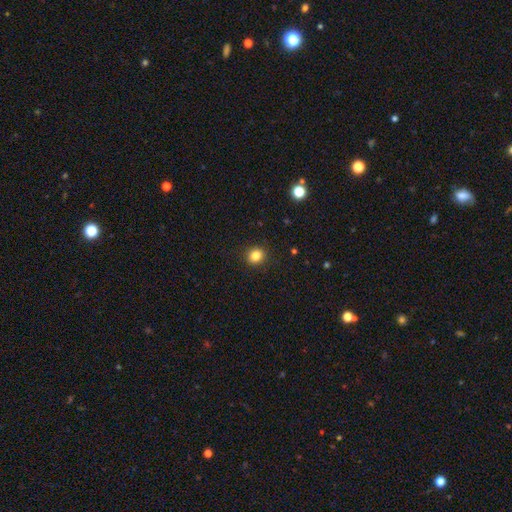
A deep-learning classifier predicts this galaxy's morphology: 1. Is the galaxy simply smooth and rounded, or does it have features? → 84% smooth, 11% star or artifact, 5% featured or disk.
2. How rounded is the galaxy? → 74% round, 25% in between, 1% cigar-shaped.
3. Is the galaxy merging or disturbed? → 91% none, 6% minor disturbance, 2% major disturbance, 1% merger.